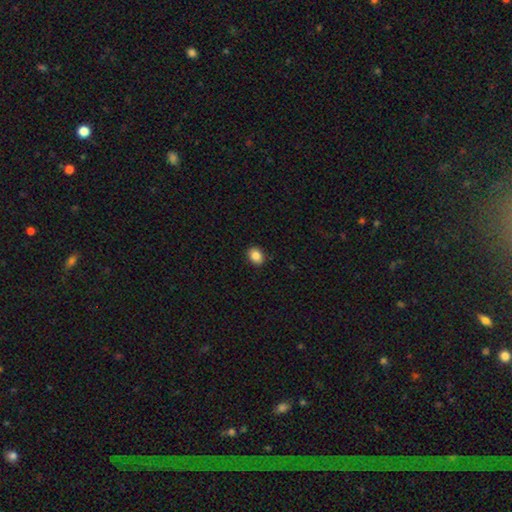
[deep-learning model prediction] Smooth or featured: smooth — 86% (star or artifact — 9%)
How rounded: in between — 58% (round — 41%)
Merging: none — 90% (minor disturbance — 8%)